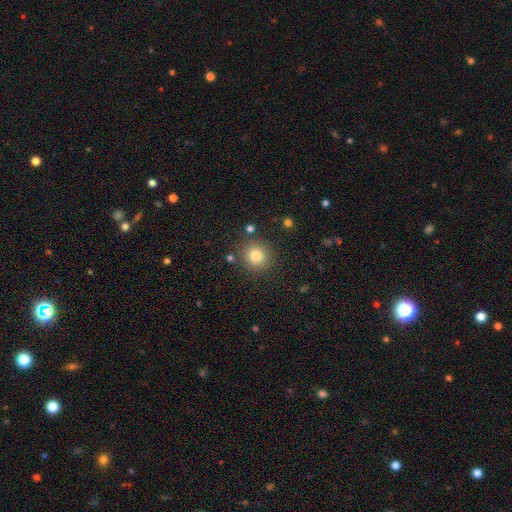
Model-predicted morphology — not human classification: smooth_or_featured: smooth (p=0.81) [alt: star or artifact p=0.12]
how_rounded: round (p=0.91) [alt: in between p=0.08]
merging: none (p=0.86) [alt: minor disturbance p=0.08]